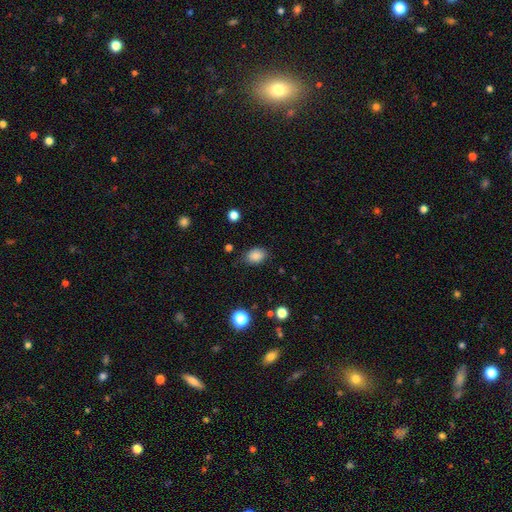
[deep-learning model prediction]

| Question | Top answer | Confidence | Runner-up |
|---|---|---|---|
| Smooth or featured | smooth | 84% | star or artifact (10%) |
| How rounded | in between | 73% | round (26%) |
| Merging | none | 79% | minor disturbance (16%) |